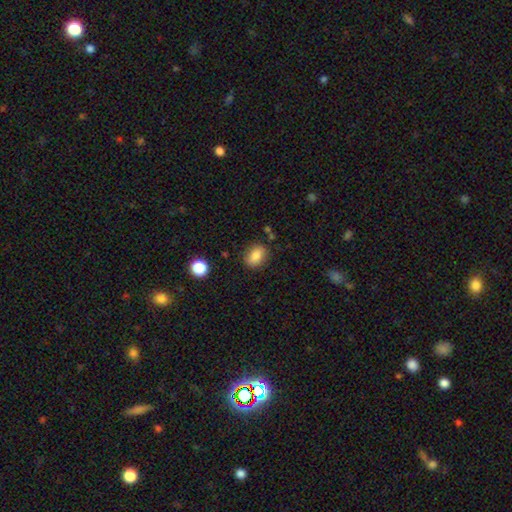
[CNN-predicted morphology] smooth 84%, star or artifact 9%, featured or disk 7%. Down the decision tree: how rounded — in between (77%); merging — none (80%).